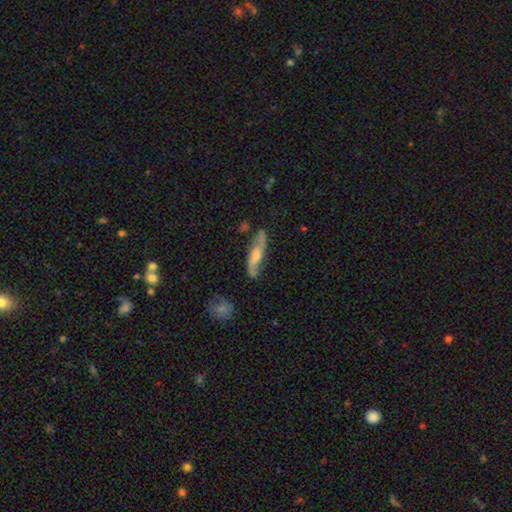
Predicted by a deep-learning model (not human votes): Smooth or featured?
  - featured or disk: 66% *
  - smooth: 27%
  - star or artifact: 6%
Edge-on disk?
  - no: 67% *
  - yes: 33%
Merging?
  - none: 75% *
  - minor disturbance: 17%
  - major disturbance: 5%
  - merger: 3%